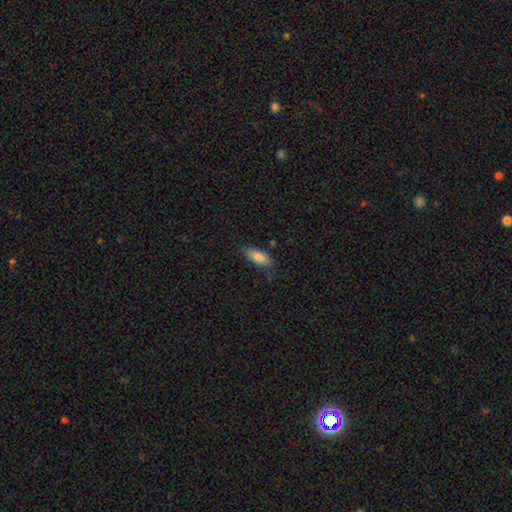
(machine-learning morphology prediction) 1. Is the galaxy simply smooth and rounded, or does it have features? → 81% smooth, 12% featured or disk, 7% star or artifact.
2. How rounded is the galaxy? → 63% in between, 35% cigar-shaped, 2% round.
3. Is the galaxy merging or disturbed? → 77% none, 18% minor disturbance, 3% major disturbance, 2% merger.